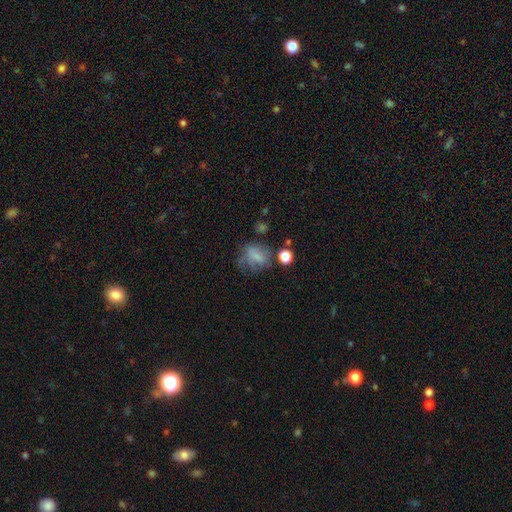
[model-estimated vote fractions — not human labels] Smooth or featured? Predicted: smooth (p=0.62). How rounded? Predicted: in between (p=0.50). Merging? Predicted: none (p=0.40).